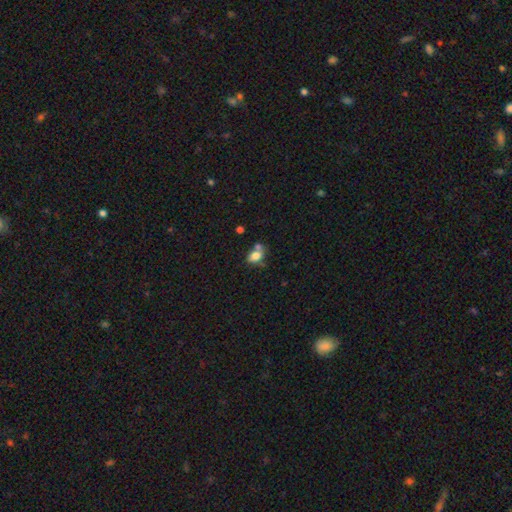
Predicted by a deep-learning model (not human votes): This appears to be a smooth galaxy with no disk features (78%) that is in between round and cigar-shaped (81%). Merging: none (44%).